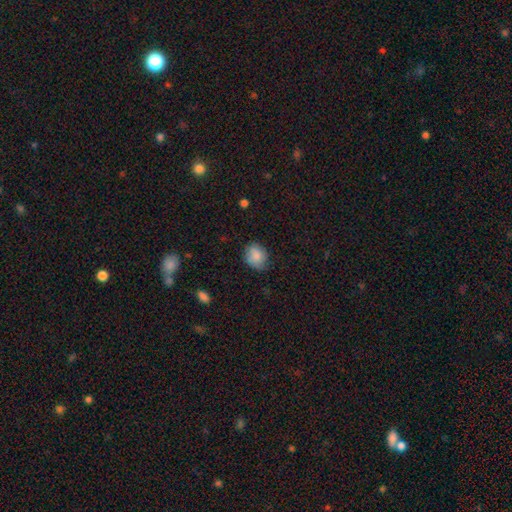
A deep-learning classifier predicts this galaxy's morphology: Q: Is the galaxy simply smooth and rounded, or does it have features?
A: smooth — 84%.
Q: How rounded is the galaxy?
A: round — 52%.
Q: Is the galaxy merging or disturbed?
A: none — 73%.